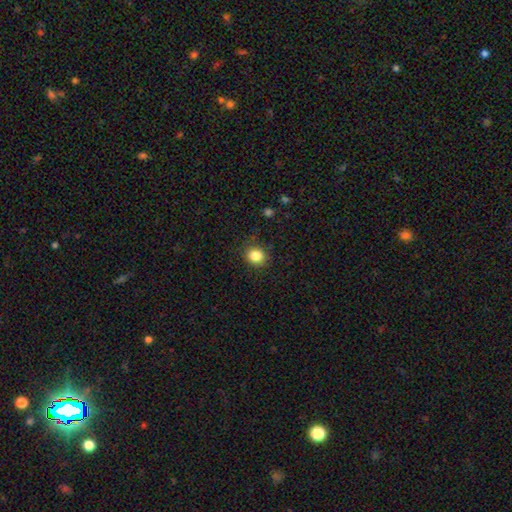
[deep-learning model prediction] Q: Smooth or featured?
A: smooth (84%); runner-up: star or artifact (11%)
Q: How rounded?
A: round (76%); runner-up: in between (23%)
Q: Merging?
A: none (87%); runner-up: minor disturbance (9%)